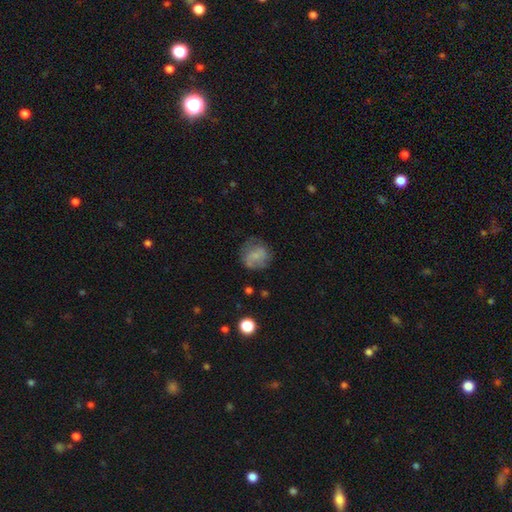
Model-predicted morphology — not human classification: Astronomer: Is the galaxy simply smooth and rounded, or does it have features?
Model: smooth — 62%.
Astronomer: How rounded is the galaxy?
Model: round — 80%.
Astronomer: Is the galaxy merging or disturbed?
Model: none — 58%.